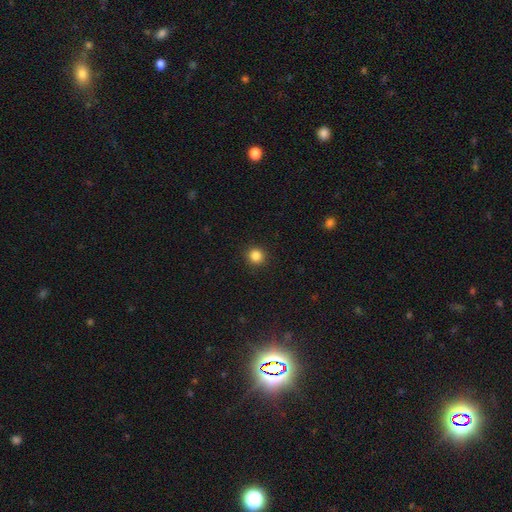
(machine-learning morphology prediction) smooth-or-featured: smooth: 85% | star or artifact: 11% | featured or disk: 3%
  how-rounded: round: 92% | in between: 8% | cigar-shaped: 1%
  merging: none: 92% | minor disturbance: 5% | major disturbance: 2% | merger: 1%